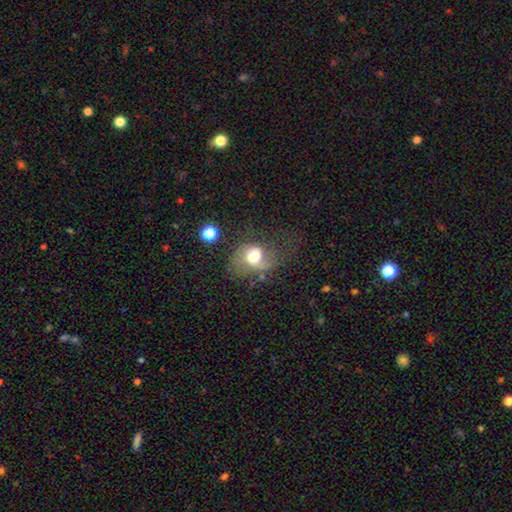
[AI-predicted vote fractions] This is possibly a featured or disk galaxy (50%). Merging: marginally major disturbance (42%).